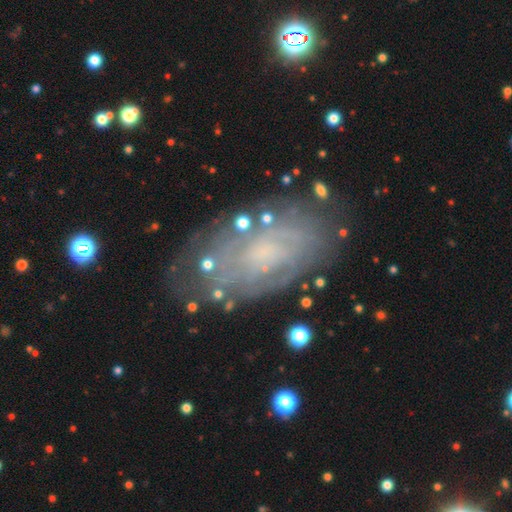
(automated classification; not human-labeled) Q: Smooth or featured?
A: featured or disk (74%); runner-up: smooth (17%)
Q: Edge-on disk?
A: no (95%); runner-up: yes (5%)
Q: Bar?
A: no (74%); runner-up: weak (21%)
Q: Spiral arms?
A: yes (84%); runner-up: no (16%)
Q: Spiral winding?
A: tight (65%); runner-up: medium (26%)
Q: Spiral arm count?
A: can't tell (51%); runner-up: 2 (19%)
Q: Bulge size?
A: small (47%); runner-up: none (36%)
Q: Merging?
A: none (70%); runner-up: minor disturbance (19%)